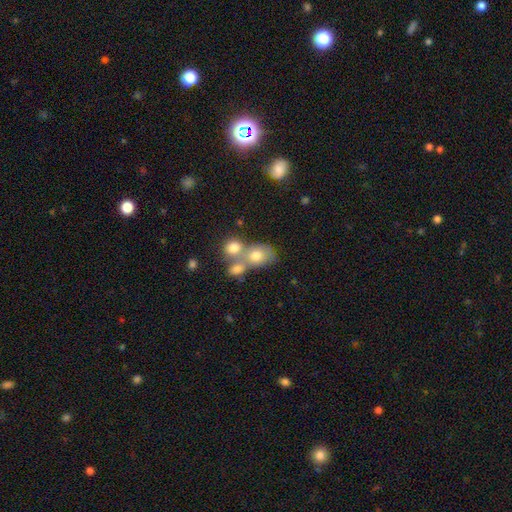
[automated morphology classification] The model was most divided on "how rounded": round: 51%, in between: 47%, cigar-shaped: 1%. More confident: smooth or featured — smooth (68%); merging — merger (55%).